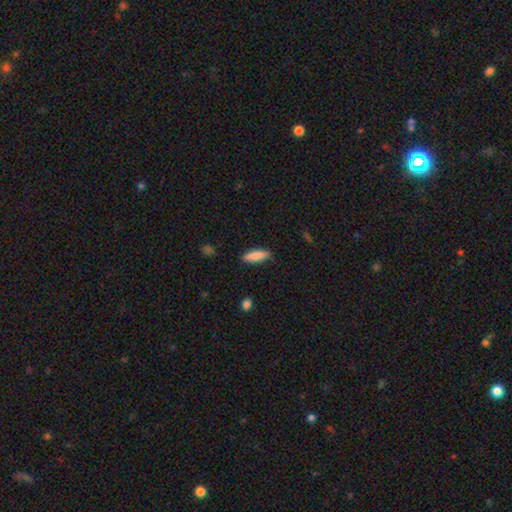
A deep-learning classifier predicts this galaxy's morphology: smooth 86%, featured or disk 8%, star or artifact 6%. Down the decision tree: how rounded — cigar-shaped (57%); merging — none (87%).